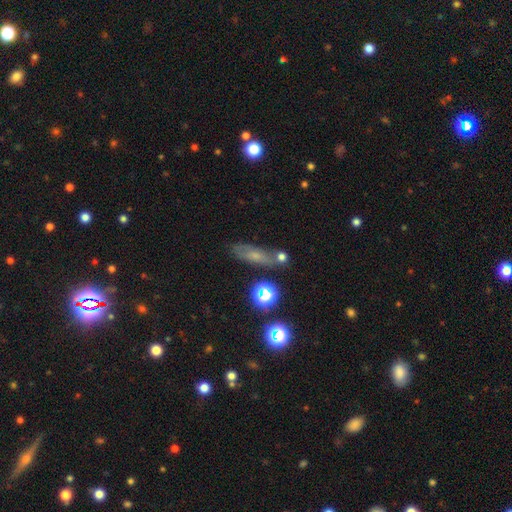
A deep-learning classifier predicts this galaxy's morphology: The model was most divided on "smooth or featured": smooth: 46%, featured or disk: 33%, star or artifact: 21%. More confident: merging — none (65%).